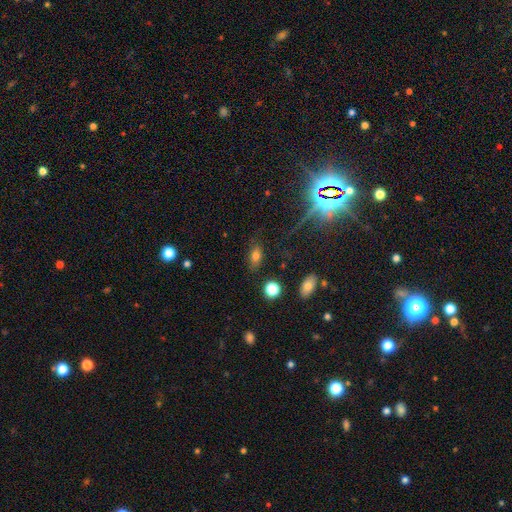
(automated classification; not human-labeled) A smooth galaxy with no disk features (75%) that is in between round and cigar-shaped (85%). Merging: none (80%).